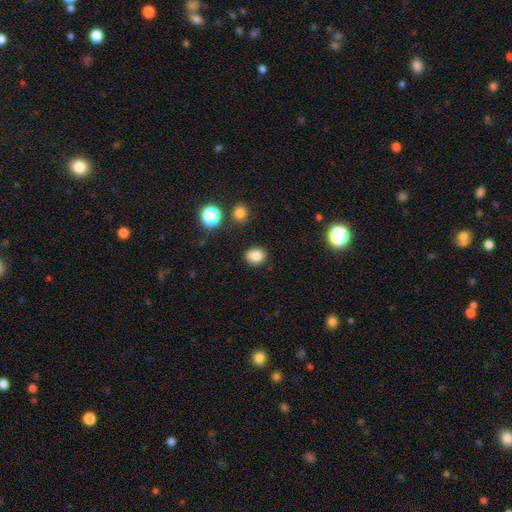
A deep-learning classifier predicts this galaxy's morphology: smooth 83%, star or artifact 11%, featured or disk 5%. Down the decision tree: how rounded — round (58%); merging — none (86%).